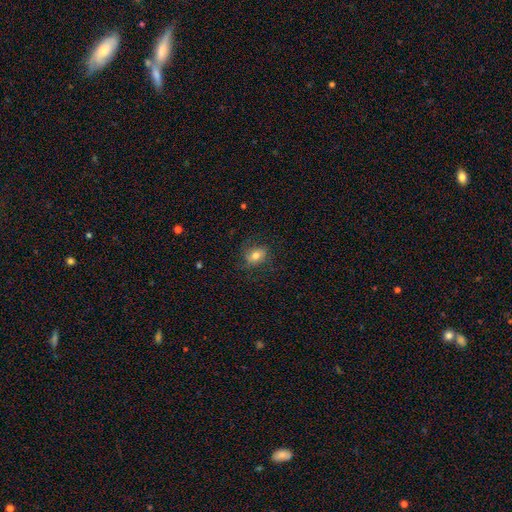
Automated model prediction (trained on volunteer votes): This appears to be a smooth galaxy with no disk features (69%) that is in between round and cigar-shaped (64%). Merging: none (74%).